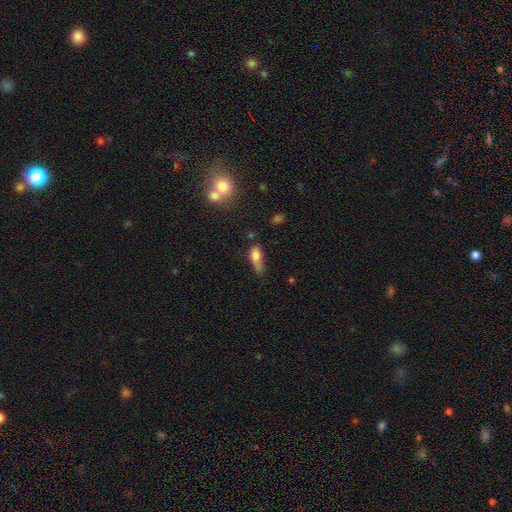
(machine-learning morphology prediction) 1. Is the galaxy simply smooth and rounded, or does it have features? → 74% smooth, 16% featured or disk, 10% star or artifact.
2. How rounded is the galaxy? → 69% in between, 23% cigar-shaped, 8% round.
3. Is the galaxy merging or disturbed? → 37% minor disturbance, 30% none, 22% major disturbance, 11% merger.